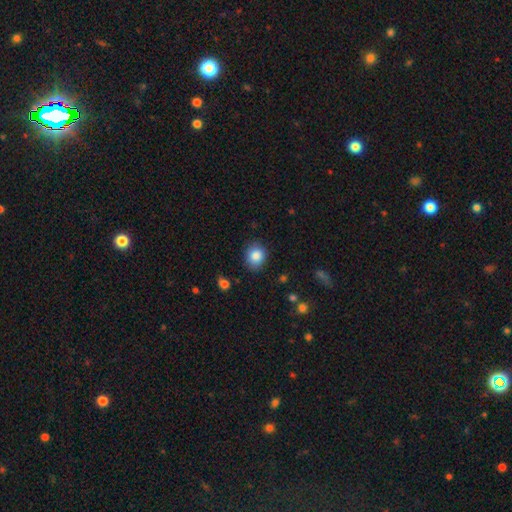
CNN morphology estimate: smooth_or_featured: smooth (p=0.86) [alt: star or artifact p=0.09]
how_rounded: round (p=0.72) [alt: in between p=0.27]
merging: none (p=0.83) [alt: minor disturbance p=0.12]